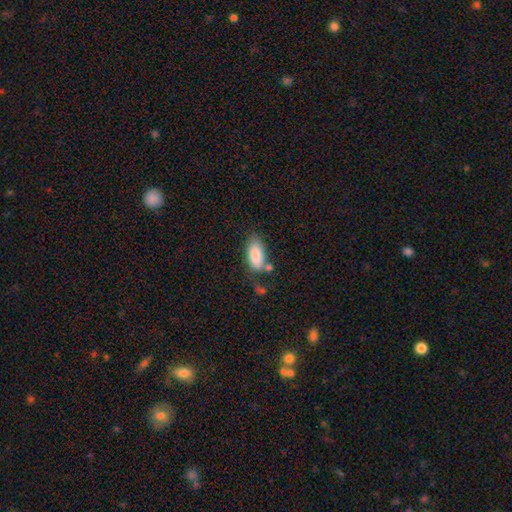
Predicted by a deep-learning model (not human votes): This is clearly a smooth galaxy (84%). How rounded: clearly in between (89%). Merging: possibly none (52%).